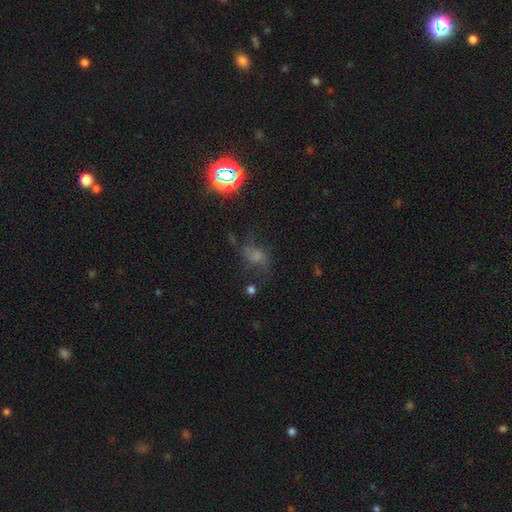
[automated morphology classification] Smooth or featured? Predicted: featured or disk (p=0.37). Merging? Predicted: none (p=0.57).